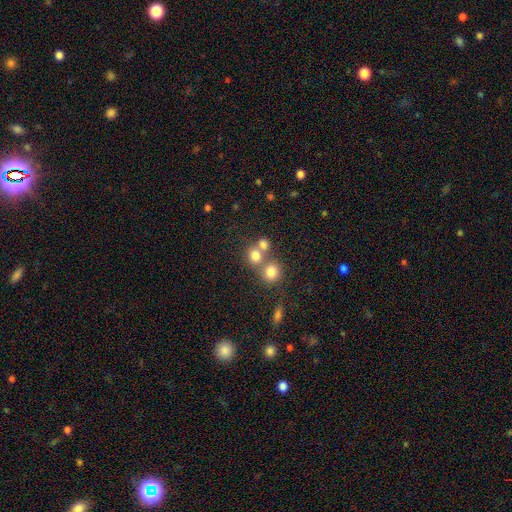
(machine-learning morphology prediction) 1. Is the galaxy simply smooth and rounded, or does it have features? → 74% smooth, 15% star or artifact, 11% featured or disk.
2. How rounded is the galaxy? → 78% round, 21% in between, 1% cigar-shaped.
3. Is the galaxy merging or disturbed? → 47% none, 41% merger, 8% minor disturbance, 4% major disturbance.